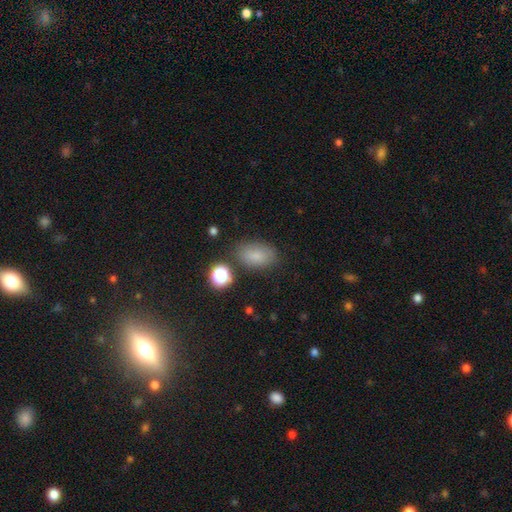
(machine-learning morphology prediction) Overall: smooth (81%). How rounded: in between (88%). Merging: none (77%).